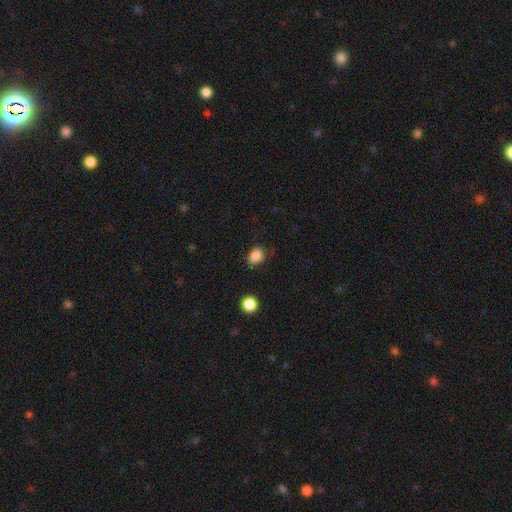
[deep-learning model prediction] A smooth galaxy with no disk features (86%) that is in between round and cigar-shaped (64%). Merging: none (72%).